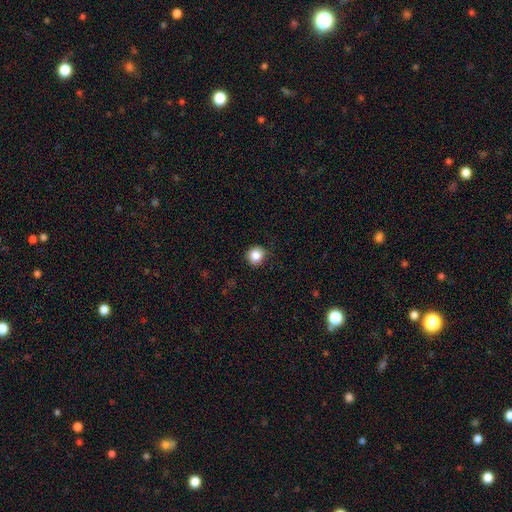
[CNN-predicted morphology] Smooth or featured? smooth (85%)
How rounded? round (89%)
Merging? none (83%)